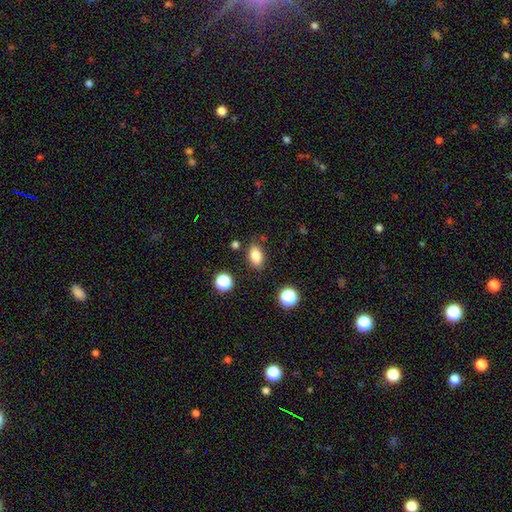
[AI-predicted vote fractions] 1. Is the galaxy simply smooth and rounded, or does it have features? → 83% smooth, 10% star or artifact, 7% featured or disk.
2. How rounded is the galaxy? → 86% in between, 11% round, 3% cigar-shaped.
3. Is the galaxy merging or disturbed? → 82% none, 12% minor disturbance, 3% major disturbance, 3% merger.